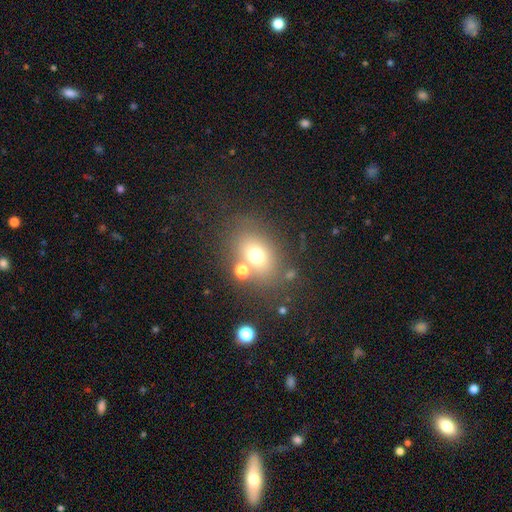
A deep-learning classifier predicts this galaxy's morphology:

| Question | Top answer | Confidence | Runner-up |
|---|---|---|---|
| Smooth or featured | smooth | 67% | star or artifact (17%) |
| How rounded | in between | 56% | round (43%) |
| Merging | none | 65% | merger (15%) |